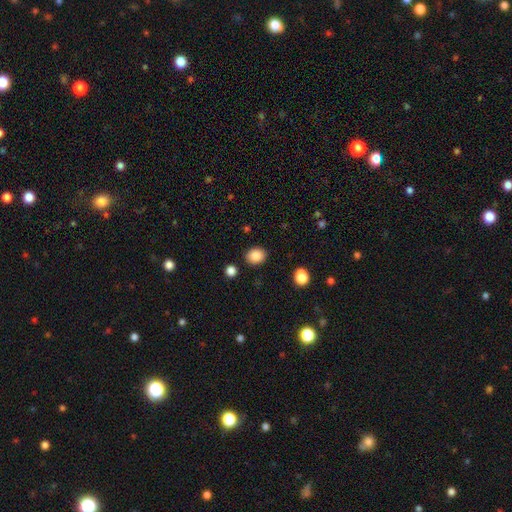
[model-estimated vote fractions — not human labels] A smooth galaxy with no disk features (86%) that is round (53%).

Vote fractions:
- Smooth or featured? smooth: 86% / star or artifact: 9% / featured or disk: 5%
- How rounded? round: 53% / in between: 46% / cigar-shaped: 1%
- Merging? none: 87% / minor disturbance: 8% / merger: 3% / major disturbance: 2%